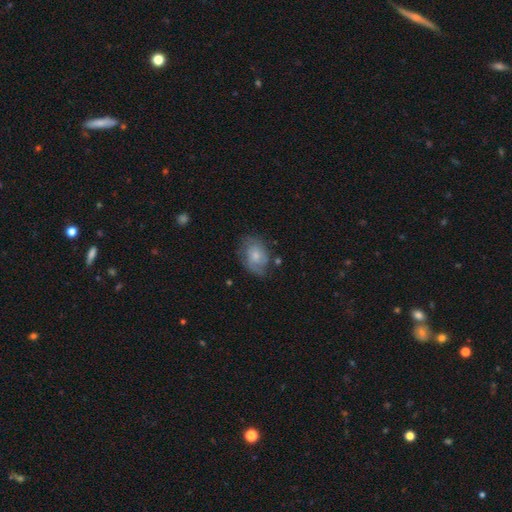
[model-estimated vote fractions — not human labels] This appears to be a smooth galaxy with no disk features (48%). Merging: none (61%).